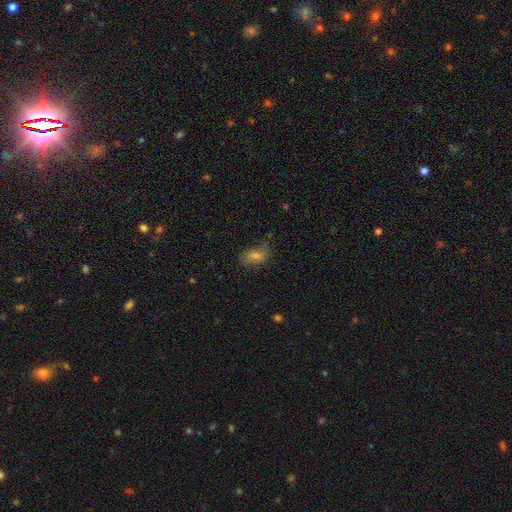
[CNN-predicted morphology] Smooth or featured: smooth — 58% (featured or disk — 26%)
How rounded: in between — 85% (round — 11%)
Merging: none — 60% (minor disturbance — 26%)